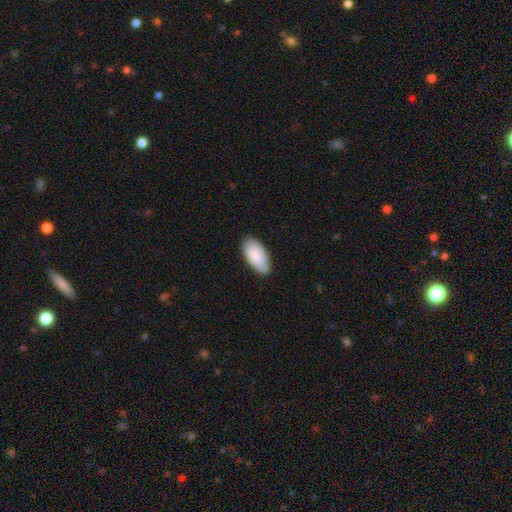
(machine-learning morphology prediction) type=smooth (87%); roundness=in between (94%); merging=none (82%).